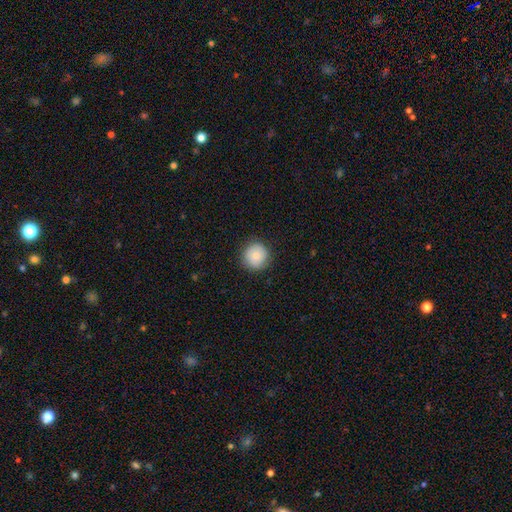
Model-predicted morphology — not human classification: smooth_or_featured: smooth (p=0.77) [alt: featured or disk p=0.15]
how_rounded: round (p=0.94) [alt: in between p=0.05]
merging: none (p=0.87) [alt: minor disturbance p=0.09]